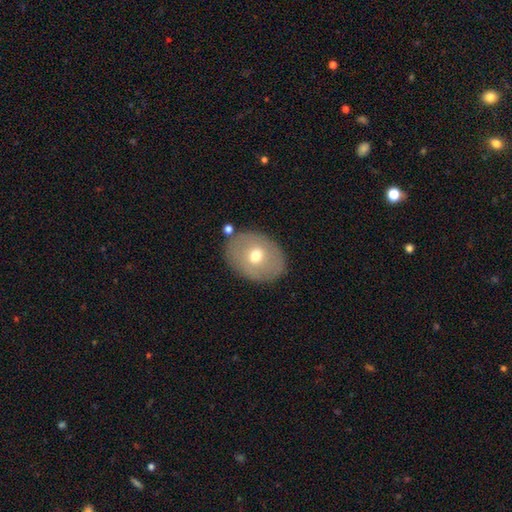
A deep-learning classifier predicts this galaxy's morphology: A smooth galaxy with no disk features (63%) that is in between round and cigar-shaped (63%). Merging: none (82%).